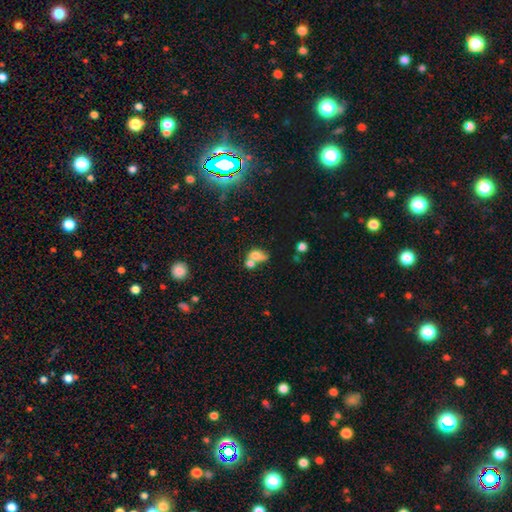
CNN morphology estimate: Smooth or featured? Predicted: smooth (p=0.67). How rounded? Predicted: in between (p=0.64). Merging? Predicted: merger (p=0.59).